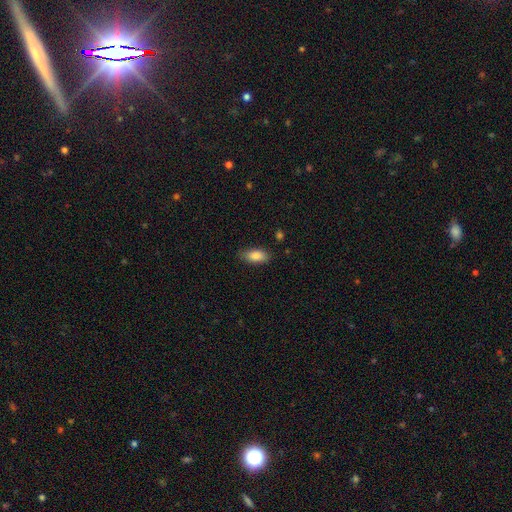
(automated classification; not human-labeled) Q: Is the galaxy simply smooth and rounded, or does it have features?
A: smooth — 86%.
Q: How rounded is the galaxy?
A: in between — 87%.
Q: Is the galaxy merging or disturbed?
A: none — 83%.